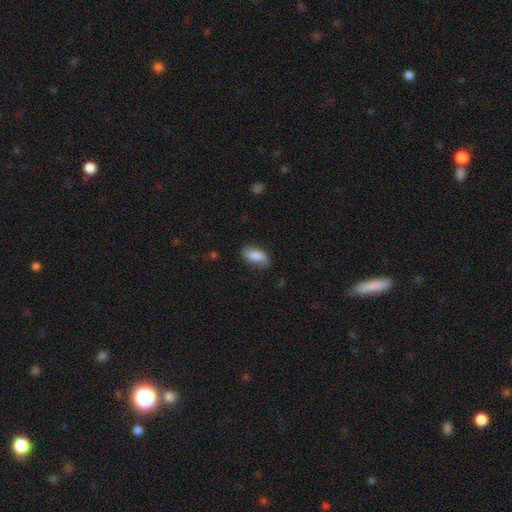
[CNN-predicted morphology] type=smooth (81%); roundness=in between (89%); merging=none (76%).